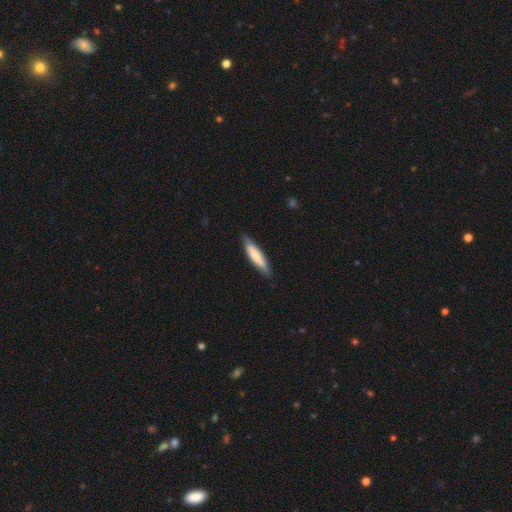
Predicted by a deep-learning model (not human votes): This appears to be a smooth galaxy with no disk features (68%) that is cigar-shaped (80%). Merging: none (84%).